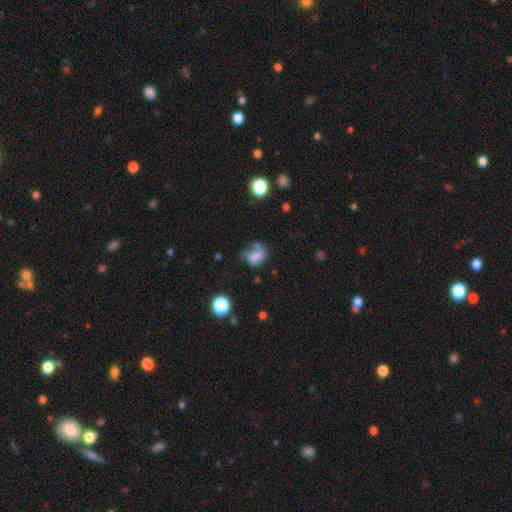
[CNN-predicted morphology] This appears to be a smooth galaxy with no disk features (71%) that is in between round and cigar-shaped (63%). Merging: none (34%).